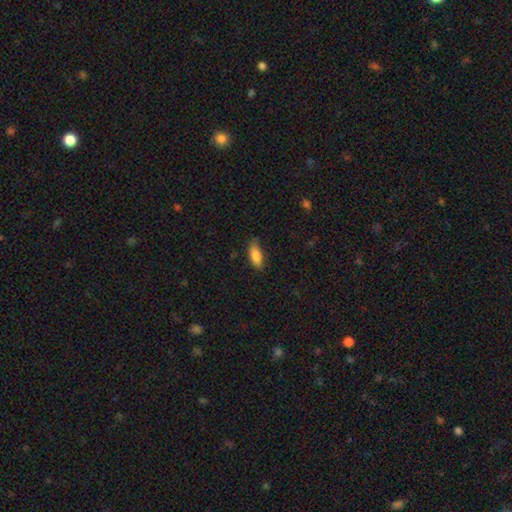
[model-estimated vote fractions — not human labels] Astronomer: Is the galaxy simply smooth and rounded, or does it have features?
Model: smooth — 84%.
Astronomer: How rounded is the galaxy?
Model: in between — 80%.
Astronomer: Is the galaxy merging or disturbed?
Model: none — 74%.